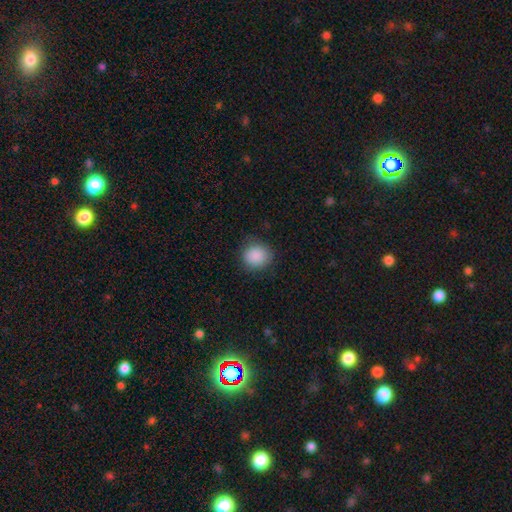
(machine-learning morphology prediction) smooth 88%, star or artifact 8%, featured or disk 3%. Down the decision tree: how rounded — round (81%); merging — none (84%).